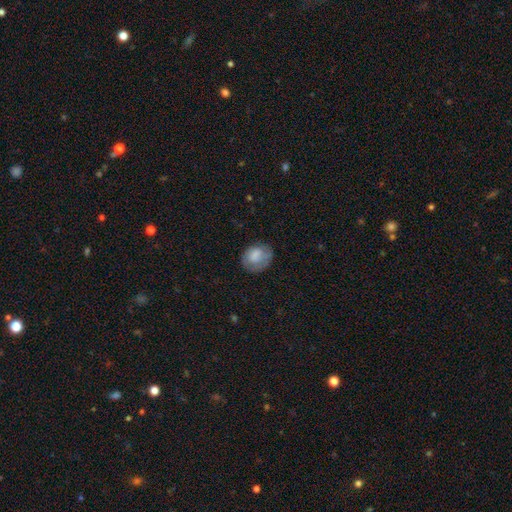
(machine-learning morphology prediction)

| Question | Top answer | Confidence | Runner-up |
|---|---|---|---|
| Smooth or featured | smooth | 75% | featured or disk (18%) |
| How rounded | round | 53% | in between (46%) |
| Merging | none | 63% | minor disturbance (25%) |